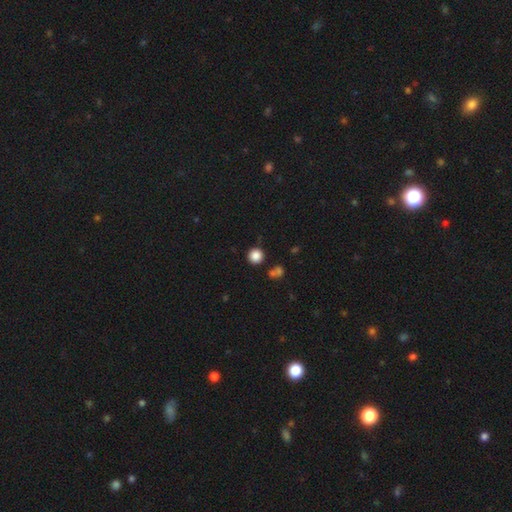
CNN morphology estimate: The model was most divided on "smooth or featured": smooth: 86%, star or artifact: 11%, featured or disk: 4%. More confident: how rounded — round (94%); merging — none (85%).